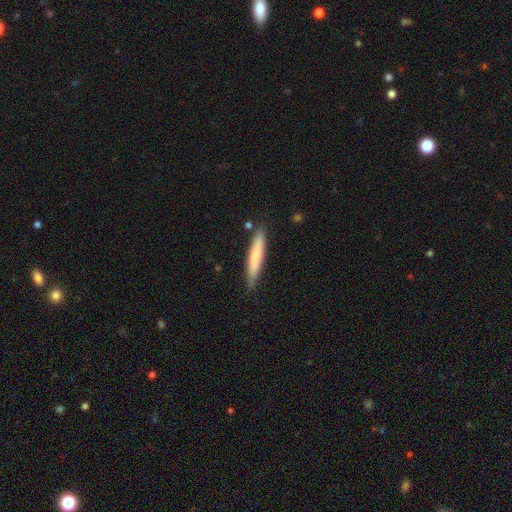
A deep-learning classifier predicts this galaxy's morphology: smooth-or-featured: smooth: 70% | featured or disk: 25% | star or artifact: 5%
  how-rounded: cigar-shaped: 92% | in between: 7% | round: 1%
  merging: none: 83% | minor disturbance: 13% | merger: 3% | major disturbance: 2%